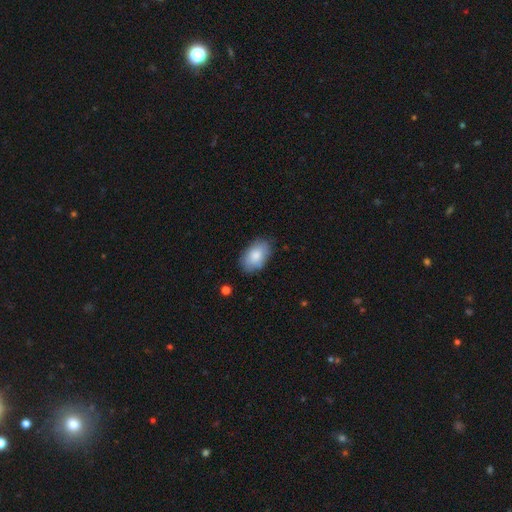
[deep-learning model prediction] Smooth or featured? Predicted: smooth (p=0.82). How rounded? Predicted: in between (p=0.92). Merging? Predicted: none (p=0.81).